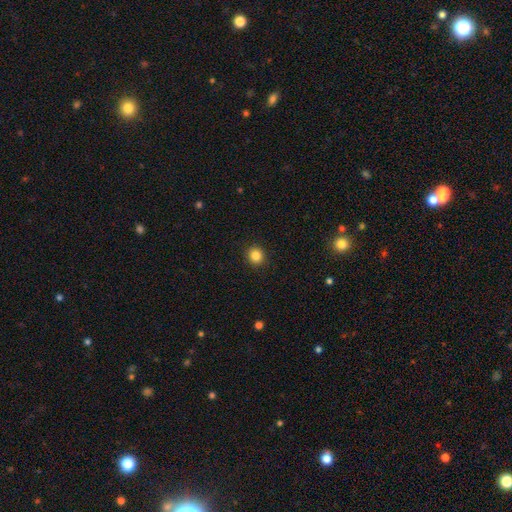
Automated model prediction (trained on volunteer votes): A smooth galaxy with no disk features (85%) that is round (88%).

Vote fractions:
- Smooth or featured? smooth: 85% / star or artifact: 11% / featured or disk: 4%
- How rounded? round: 88% / in between: 11% / cigar-shaped: 1%
- Merging? none: 92% / minor disturbance: 5% / major disturbance: 2% / merger: 1%